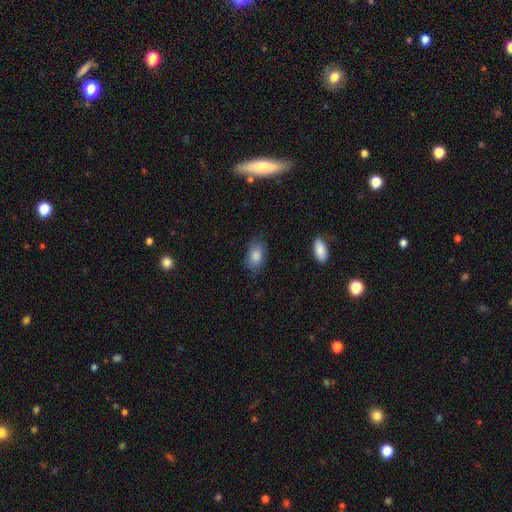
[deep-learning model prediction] Smooth or featured? smooth (85%)
How rounded? in between (90%)
Merging? none (73%)